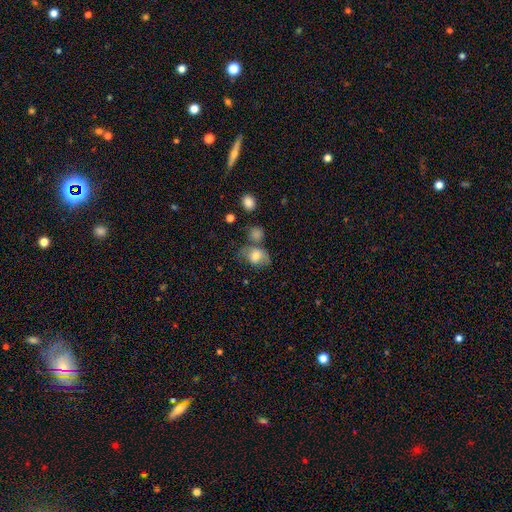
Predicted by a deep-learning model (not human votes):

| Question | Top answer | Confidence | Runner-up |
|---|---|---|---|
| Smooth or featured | smooth | 68% | featured or disk (22%) |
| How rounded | in between | 67% | round (31%) |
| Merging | none | 46% | minor disturbance (24%) |